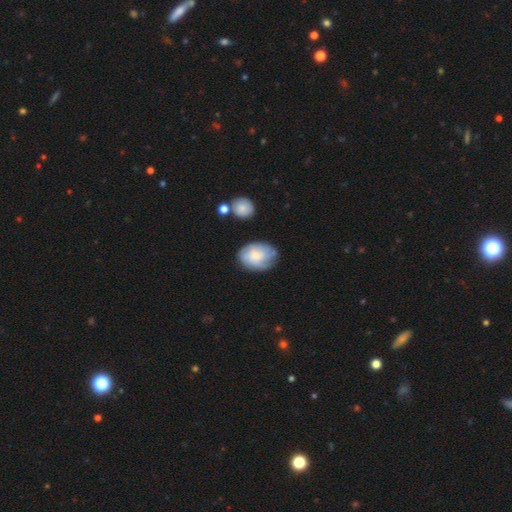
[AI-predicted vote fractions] Smooth or featured: smooth — 60% (featured or disk — 33%)
How rounded: in between — 71% (round — 28%)
Merging: none — 65% (minor disturbance — 24%)